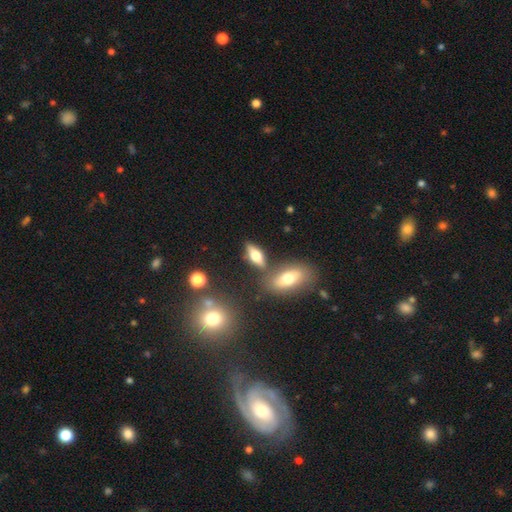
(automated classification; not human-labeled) Smooth or featured? Predicted: smooth (p=0.54). How rounded? Predicted: in between (p=0.67). Merging? Predicted: none (p=0.70).